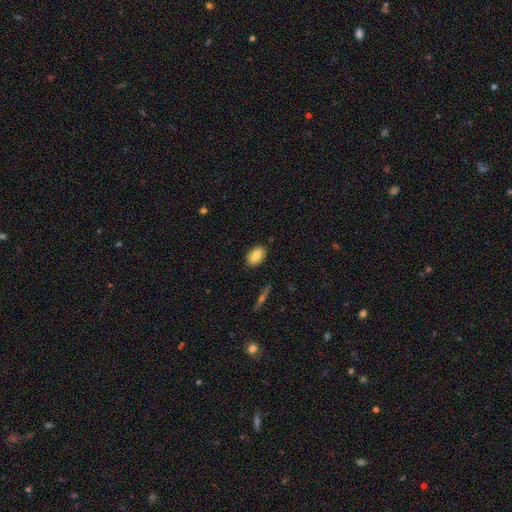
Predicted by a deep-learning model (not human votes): This appears to be a smooth galaxy with no disk features (82%) that is in between round and cigar-shaped (89%). Merging: none (87%).